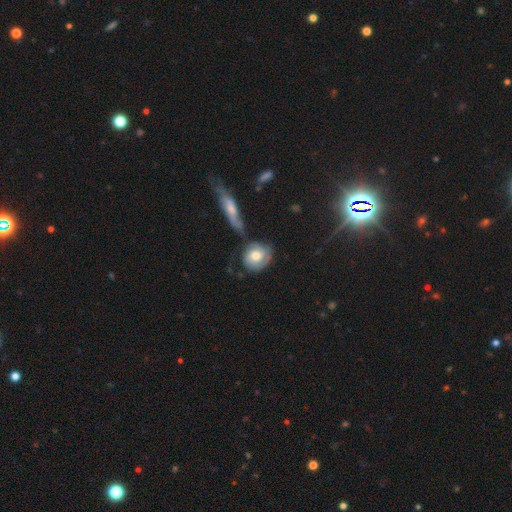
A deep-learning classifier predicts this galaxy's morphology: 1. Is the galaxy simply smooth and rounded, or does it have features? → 52% featured or disk, 42% smooth, 6% star or artifact.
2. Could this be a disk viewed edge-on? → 94% no, 6% yes.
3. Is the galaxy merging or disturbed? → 48% none, 21% minor disturbance, 20% merger, 11% major disturbance.